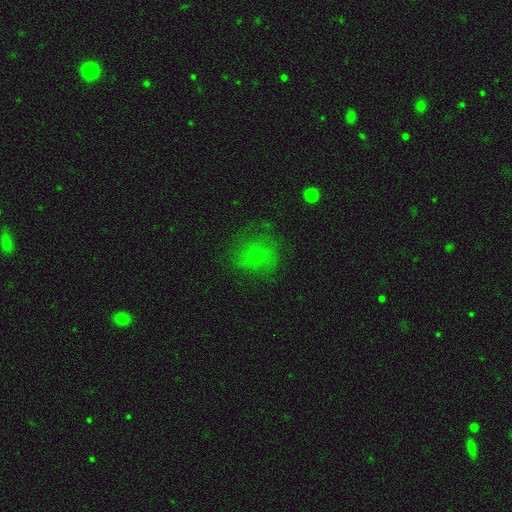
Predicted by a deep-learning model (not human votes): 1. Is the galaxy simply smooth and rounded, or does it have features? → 58% smooth, 22% star or artifact, 21% featured or disk.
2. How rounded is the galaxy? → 81% round, 18% in between, 1% cigar-shaped.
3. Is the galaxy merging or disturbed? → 67% none, 19% minor disturbance, 12% major disturbance, 2% merger.